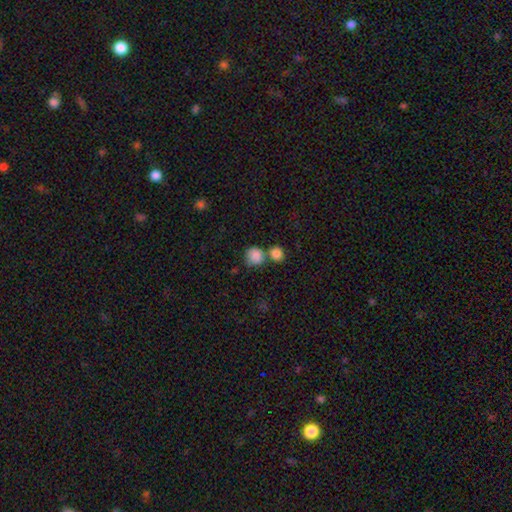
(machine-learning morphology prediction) Smooth or featured? Predicted: smooth (p=0.86). How rounded? Predicted: round (p=0.87). Merging? Predicted: none (p=0.51).